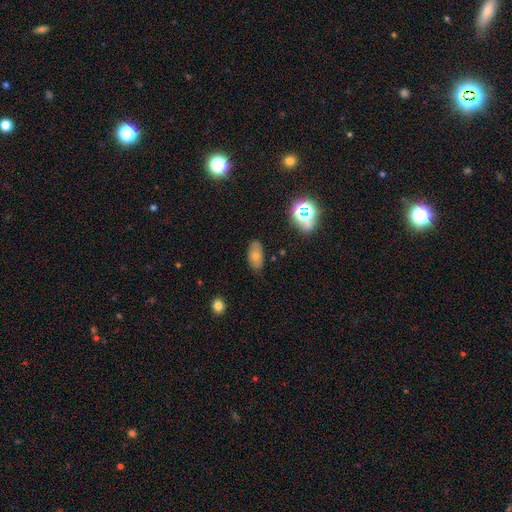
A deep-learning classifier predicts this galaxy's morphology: Q: Smooth or featured?
A: smooth (67%); runner-up: featured or disk (19%)
Q: How rounded?
A: in between (90%); runner-up: round (6%)
Q: Merging?
A: none (77%); runner-up: minor disturbance (17%)